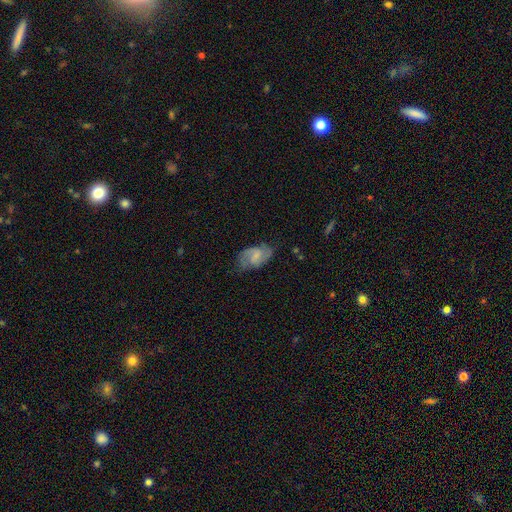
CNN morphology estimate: A featured or disk galaxy (65%) with a weak bar (52%), 2 (80%) medium (50%) spiral arms (91%) and a small central bulge (45%).

Vote fractions:
- Smooth or featured? featured or disk: 65% / smooth: 28% / star or artifact: 7%
- Edge-on disk? no: 97% / yes: 3%
- Bar? weak: 52% / no: 35% / strong: 12%
- Spiral arms? yes: 91% / no: 9%
- Spiral winding? medium: 50% / loose: 27% / tight: 23%
- Spiral arm count? 2: 80% / can't tell: 10% / 3: 5% / 1: 3% / 4: 1% / more than 4: 1%
- Bulge size? small: 45% / none: 27% / moderate: 25% / large: 3% / dominant: 1%
- Merging? none: 64% / minor disturbance: 25% / major disturbance: 10% / merger: 2%